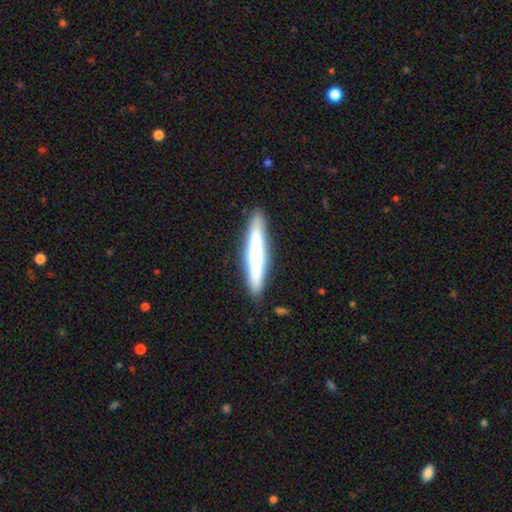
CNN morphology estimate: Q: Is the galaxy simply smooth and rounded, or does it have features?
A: smooth — 54%.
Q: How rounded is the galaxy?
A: cigar-shaped — 92%.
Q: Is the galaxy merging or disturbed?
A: none — 88%.